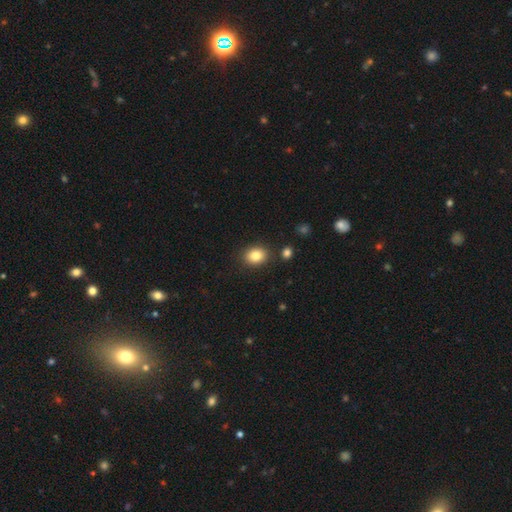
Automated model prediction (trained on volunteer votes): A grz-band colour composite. It shows a smooth galaxy with no disk features (84%) that is in between round and cigar-shaped (55%). Merging: none (85%).